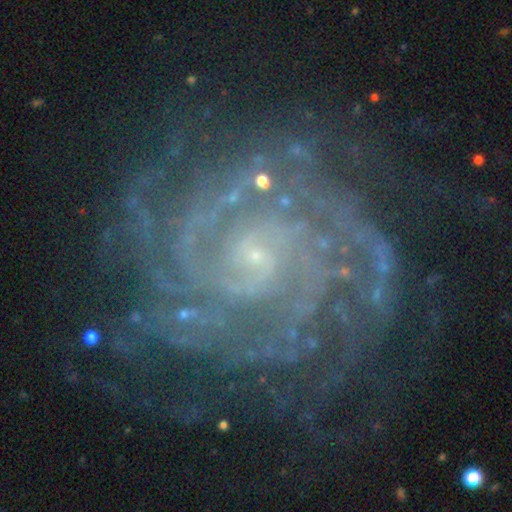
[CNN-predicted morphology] Overall: featured or disk (90%). Edge-on disk: no (98%). Bar: no (62%; weak 26%). Spiral arms: yes (99%). Spiral arm count: 2 (22%; can't tell 18%). Spiral winding: tight (81%). Bulge size: small (81%). Merging: none (79%).